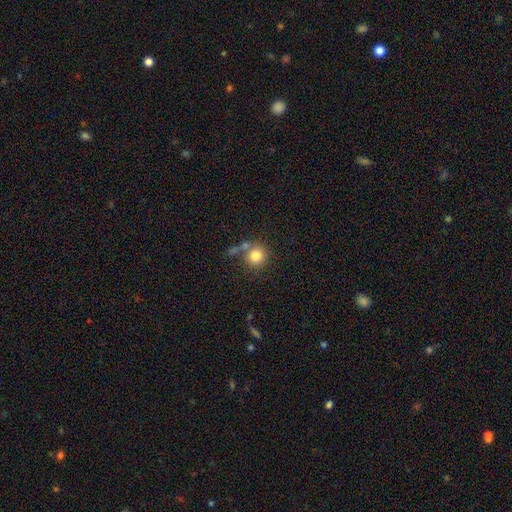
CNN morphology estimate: This appears to be a smooth galaxy with no disk features (81%) that is round (90%). Merging: none (63%).